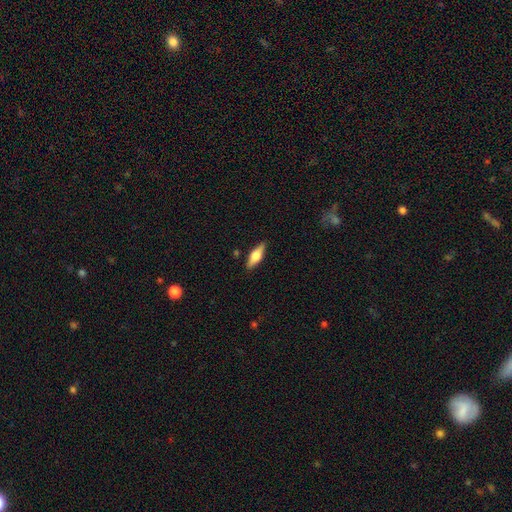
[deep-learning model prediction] smooth_or_featured: smooth (p=0.51) [alt: featured or disk p=0.42]
how_rounded: in between (p=0.57) [alt: cigar-shaped p=0.40]
merging: none (p=0.88) [alt: minor disturbance p=0.09]